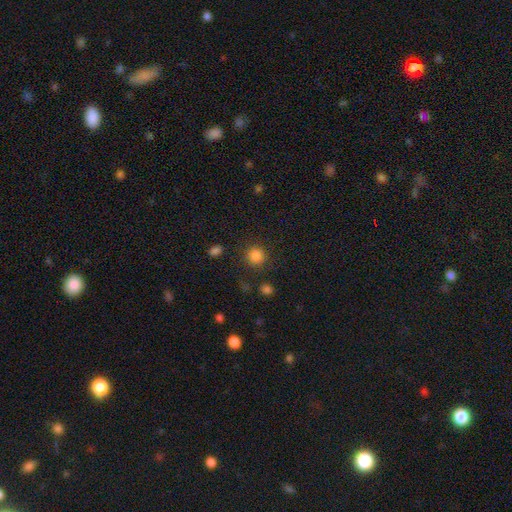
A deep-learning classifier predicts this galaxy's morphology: smooth-or-featured: smooth: 84% | star or artifact: 13% | featured or disk: 4%
  how-rounded: round: 90% | in between: 9% | cigar-shaped: 1%
  merging: none: 83% | minor disturbance: 10% | major disturbance: 4% | merger: 3%